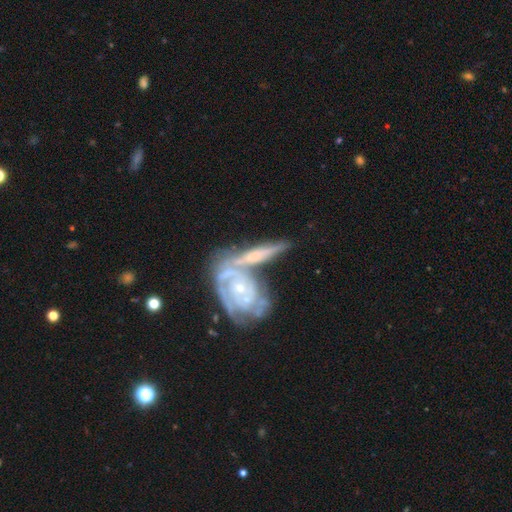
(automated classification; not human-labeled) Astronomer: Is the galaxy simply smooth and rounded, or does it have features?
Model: featured or disk — 74%.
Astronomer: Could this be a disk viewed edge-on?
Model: no — 78%.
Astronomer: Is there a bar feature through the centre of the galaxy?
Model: no — 75%.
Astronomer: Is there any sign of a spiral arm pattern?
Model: yes — 81%.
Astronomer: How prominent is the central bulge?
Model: small — 68%.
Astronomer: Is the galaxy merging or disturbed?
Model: merger — 46% (runner-up: none, 32%).